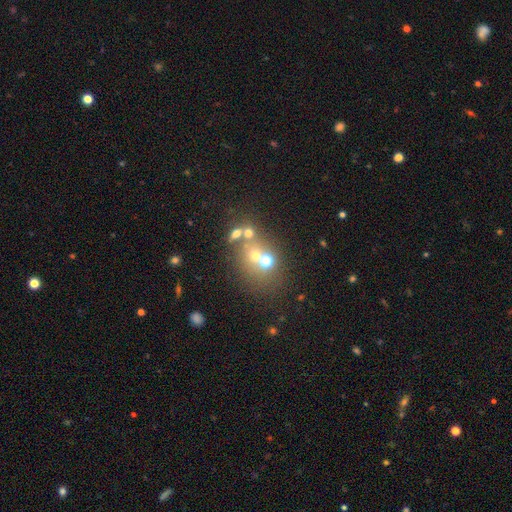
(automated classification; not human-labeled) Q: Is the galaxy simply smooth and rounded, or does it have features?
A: smooth — 46%.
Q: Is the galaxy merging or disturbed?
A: none — 47%.